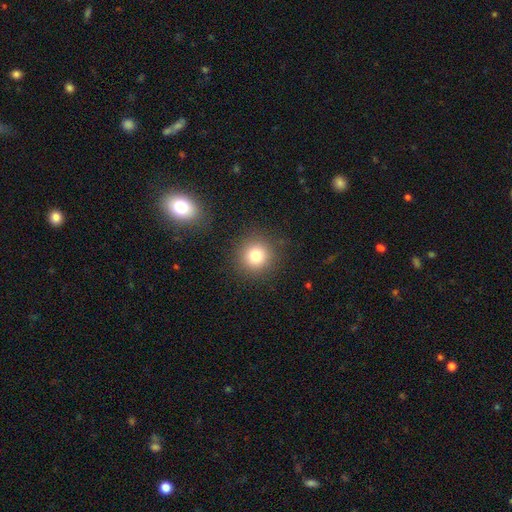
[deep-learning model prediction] Smooth or featured? smooth (78%)
How rounded? round (93%)
Merging? none (88%)